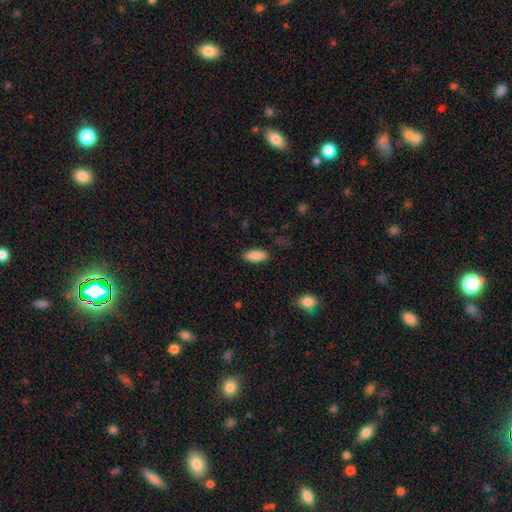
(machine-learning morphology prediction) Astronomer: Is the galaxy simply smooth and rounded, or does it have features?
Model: smooth — 89%.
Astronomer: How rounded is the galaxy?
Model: in between — 82%.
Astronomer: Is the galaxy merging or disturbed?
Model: none — 87%.